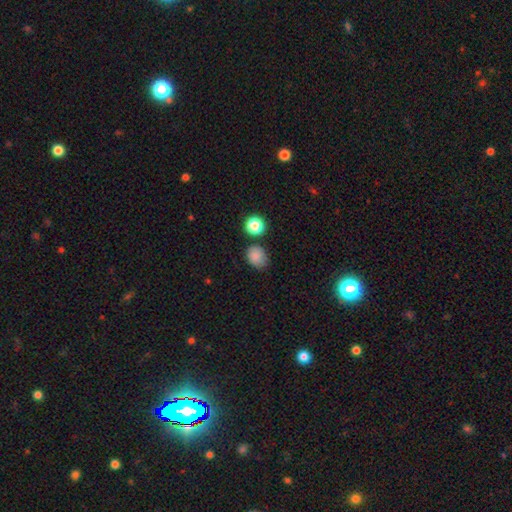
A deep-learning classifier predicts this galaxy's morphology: A smooth galaxy with no disk features (84%) that is round (51%).

Vote fractions:
- Smooth or featured? smooth: 84% / star or artifact: 12% / featured or disk: 5%
- How rounded? round: 51% / in between: 48% / cigar-shaped: 1%
- Merging? none: 70% / minor disturbance: 20% / merger: 6% / major disturbance: 4%